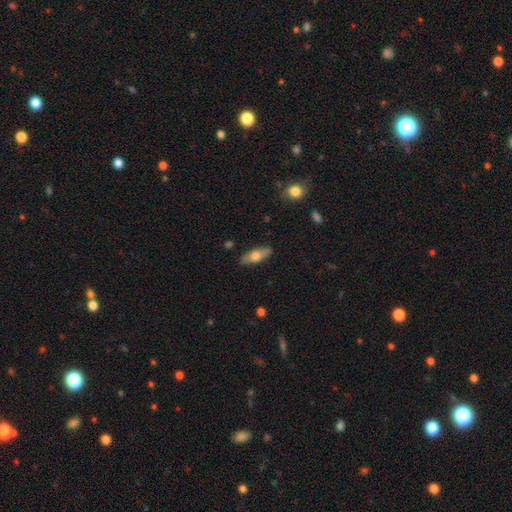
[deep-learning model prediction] Smooth or featured? Predicted: smooth (p=0.60). How rounded? Predicted: in between (p=0.64). Merging? Predicted: none (p=0.87).